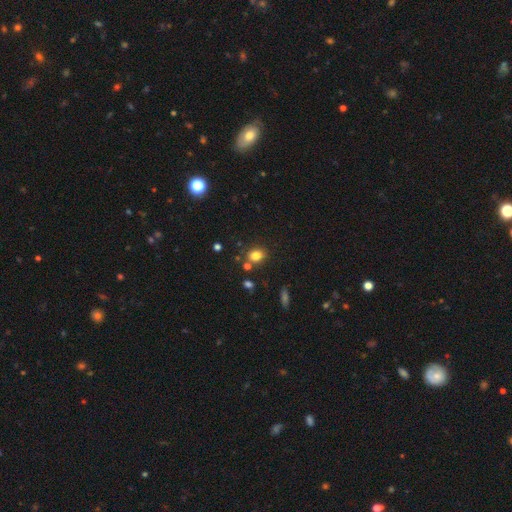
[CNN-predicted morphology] This is clearly a smooth galaxy (80%). How rounded: possibly round (54%). Merging: likely none (76%).